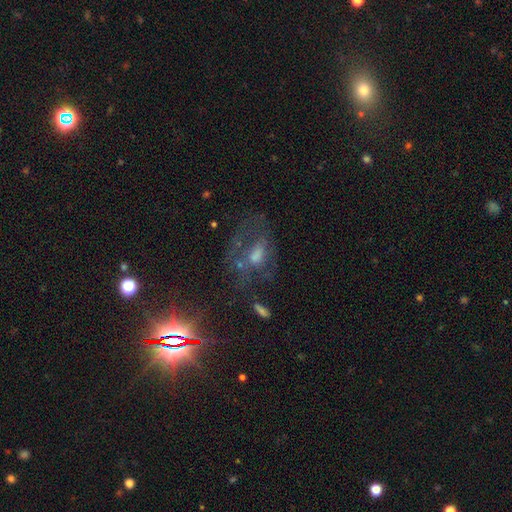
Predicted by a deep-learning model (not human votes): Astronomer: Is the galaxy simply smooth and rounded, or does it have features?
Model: featured or disk — 47% (runner-up: star or artifact, 29%).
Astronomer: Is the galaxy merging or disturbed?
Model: none — 42% (runner-up: major disturbance, 32%).